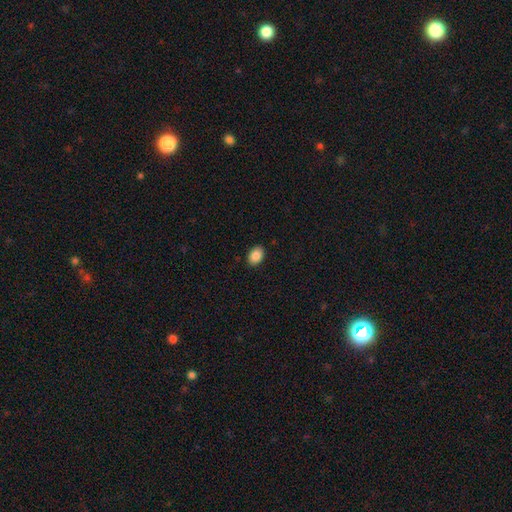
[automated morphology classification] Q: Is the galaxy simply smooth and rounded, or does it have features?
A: smooth — 88%.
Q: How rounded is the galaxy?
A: in between — 84%.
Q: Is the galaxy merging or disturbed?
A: none — 90%.